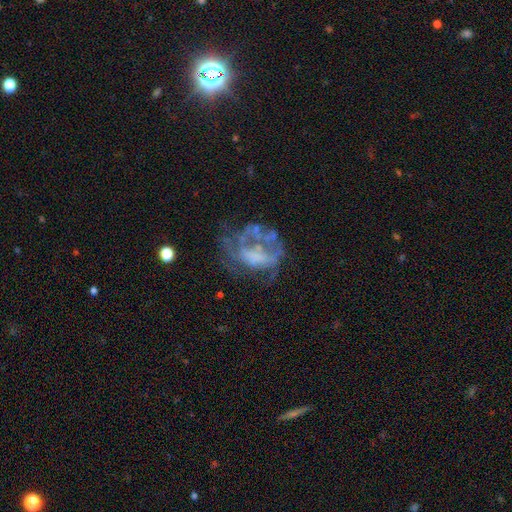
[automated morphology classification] Smooth or featured? Predicted: featured or disk (p=0.65). Edge-on disk? Predicted: no (p=0.98). Bar? Predicted: no (p=0.81). Spiral arms? Predicted: no (p=0.76). Bulge size? Predicted: none (p=0.66). Merging? Predicted: major disturbance (p=0.40).